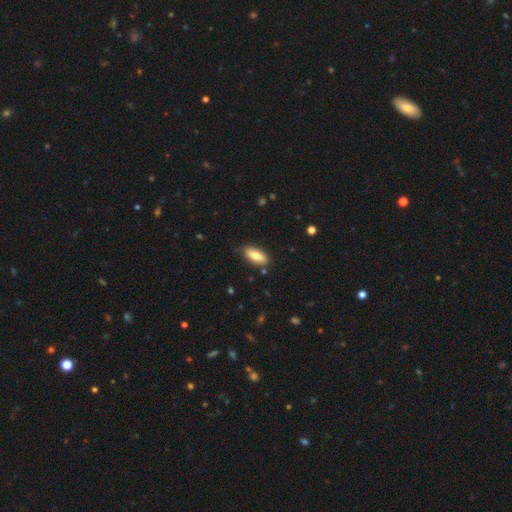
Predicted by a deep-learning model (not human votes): Smooth or featured? smooth (75%)
How rounded? in between (78%)
Merging? none (83%)